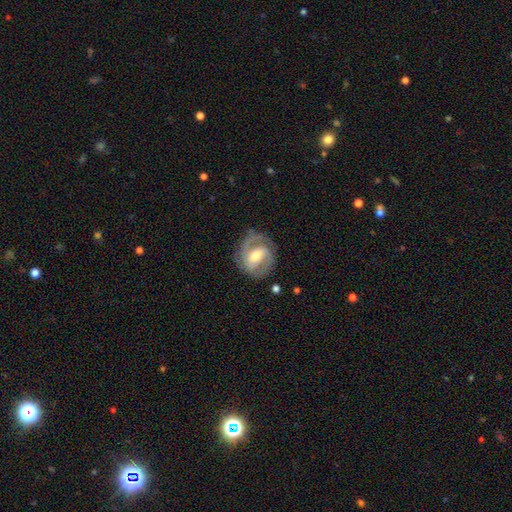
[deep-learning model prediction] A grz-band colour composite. It shows a featured or disk galaxy (82%) with a weak bar (46%), 2 (81%) medium (47%) spiral arms (92%) and a moderate central bulge (65%). Merging: none (76%).